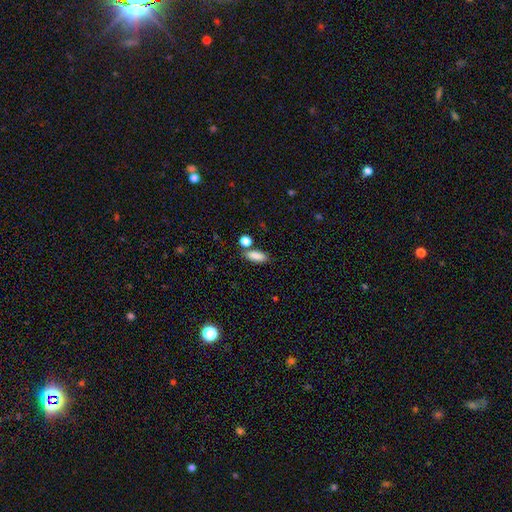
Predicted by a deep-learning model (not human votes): smooth-or-featured: smooth: 86% | star or artifact: 8% | featured or disk: 6%
  how-rounded: in between: 77% | cigar-shaped: 18% | round: 5%
  merging: none: 70% | merger: 15% | minor disturbance: 12% | major disturbance: 4%